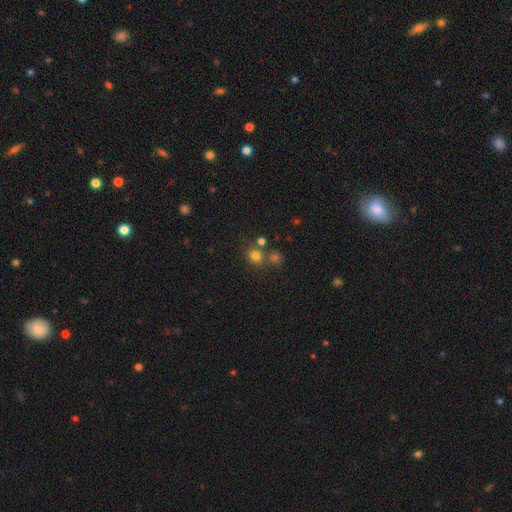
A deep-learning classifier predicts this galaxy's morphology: Smooth or featured? smooth (75%)
How rounded? round (85%)
Merging? none (66%)